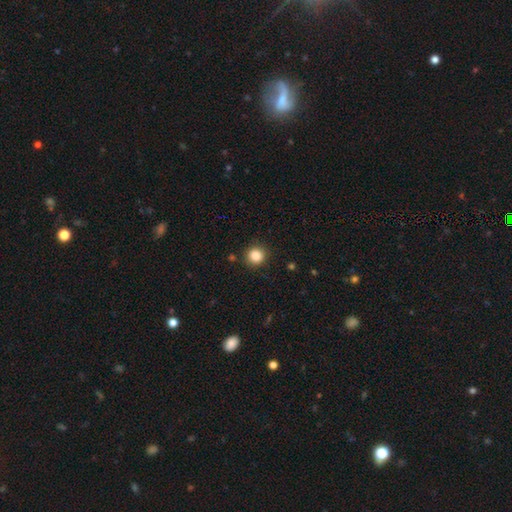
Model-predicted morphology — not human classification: smooth-or-featured: smooth: 86% | star or artifact: 11% | featured or disk: 3%
  how-rounded: round: 92% | in between: 7% | cigar-shaped: 1%
  merging: none: 88% | minor disturbance: 8% | major disturbance: 3% | merger: 2%